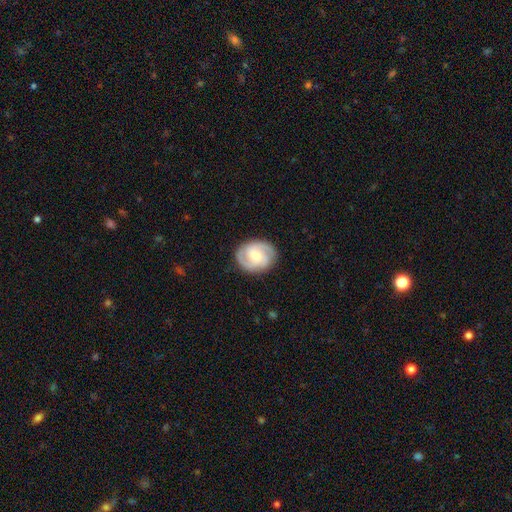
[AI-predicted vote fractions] A featured or disk galaxy (80%) with no bar (45%), 2 (57%) medium (46%) spiral arms (96%) and a moderate central bulge (55%).

Vote fractions:
- Smooth or featured? featured or disk: 80% / smooth: 15% / star or artifact: 5%
- Edge-on disk? no: 98% / yes: 2%
- Bar? no: 45% / weak: 44% / strong: 11%
- Spiral arms? yes: 96% / no: 4%
- Spiral winding? medium: 46% / tight: 44% / loose: 11%
- Spiral arm count? 2: 57% / 3: 26% / can't tell: 8% / 4: 3% / 1: 3% / more than 4: 3%
- Bulge size? moderate: 55% / small: 39% / large: 3% / none: 1% / dominant: 1%
- Merging? none: 86% / minor disturbance: 11% / major disturbance: 3% / merger: 1%